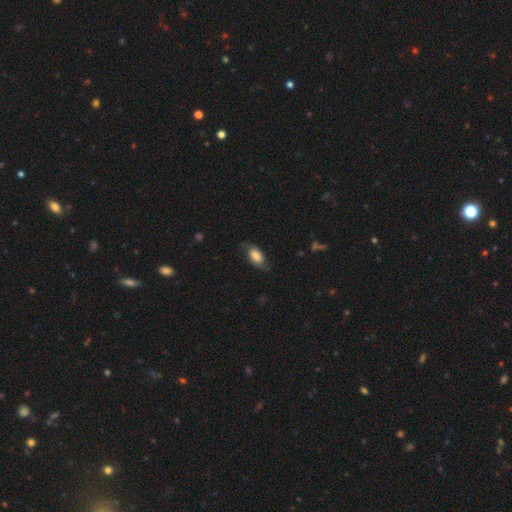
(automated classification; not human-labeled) A smooth galaxy with no disk features (78%) that is in between round and cigar-shaped (90%).

Vote fractions:
- Smooth or featured? smooth: 78% / featured or disk: 16% / star or artifact: 7%
- How rounded? in between: 90% / cigar-shaped: 6% / round: 4%
- Merging? none: 70% / minor disturbance: 22% / major disturbance: 7% / merger: 1%